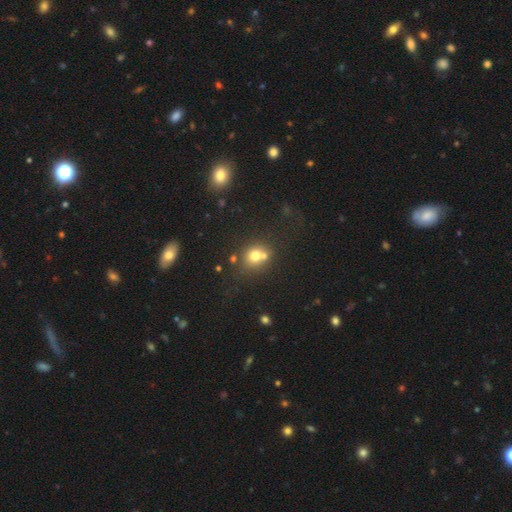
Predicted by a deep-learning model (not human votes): Smooth or featured? smooth (70%)
How rounded? round (75%)
Merging? none (51%)